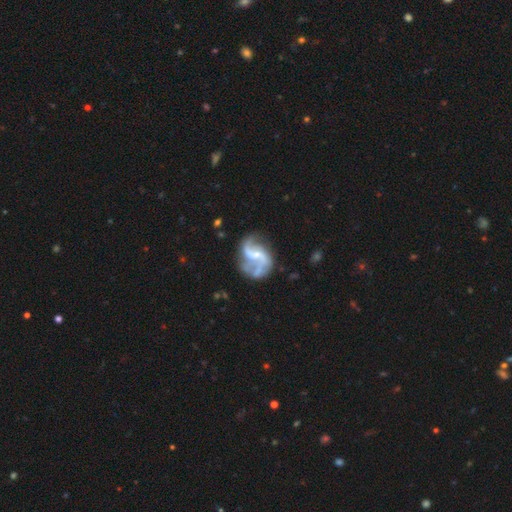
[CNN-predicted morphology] smooth-or-featured: featured or disk: 87% | smooth: 7% | star or artifact: 6%
  disk-edge-on: no: 98% | yes: 2%
    bar: weak: 48% | no: 35% | strong: 18%
    has-spiral-arms: yes: 95% | no: 5%
      spiral-winding: loose: 61% | medium: 33% | tight: 7%
      spiral-arm-count: 2: 79% | 3: 8% | can't tell: 5% | 1: 3% | 4: 2% | more than 4: 2%
    bulge-size: small: 58% | moderate: 24% | none: 15% | large: 2% | dominant: 1%
  merging: none: 58% | minor disturbance: 20% | major disturbance: 17% | merger: 5%